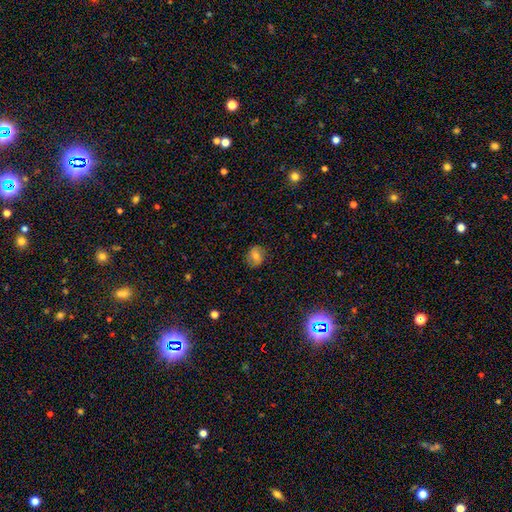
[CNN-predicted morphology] Smooth or featured? smooth (64%)
How rounded? round (66%)
Merging? none (84%)